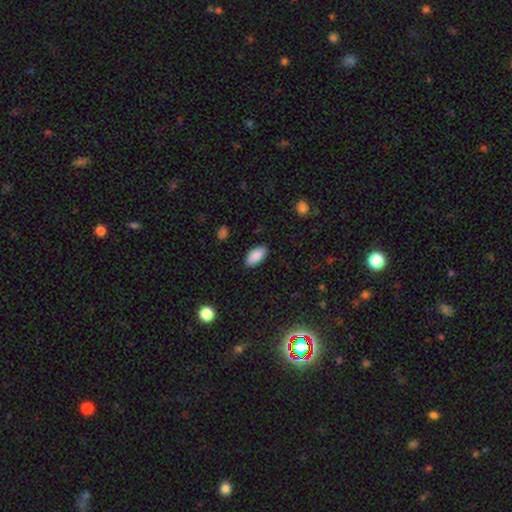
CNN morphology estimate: Smooth or featured?
  - smooth: 89% *
  - star or artifact: 7%
  - featured or disk: 4%
How rounded?
  - in between: 92% *
  - cigar-shaped: 6%
  - round: 2%
Merging?
  - none: 88% *
  - minor disturbance: 9%
  - major disturbance: 2%
  - merger: 1%